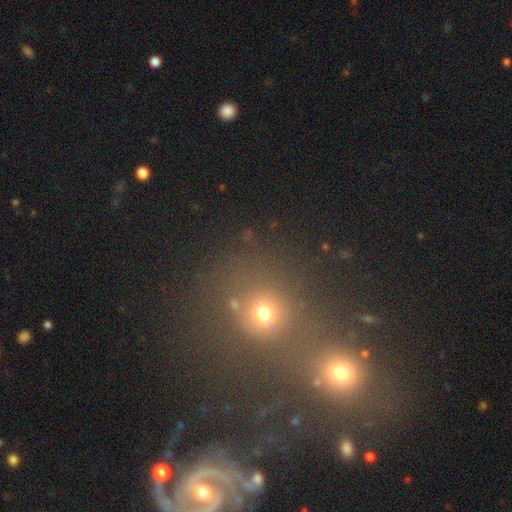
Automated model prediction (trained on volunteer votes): Overall: star or artifact (42%; smooth 34%).